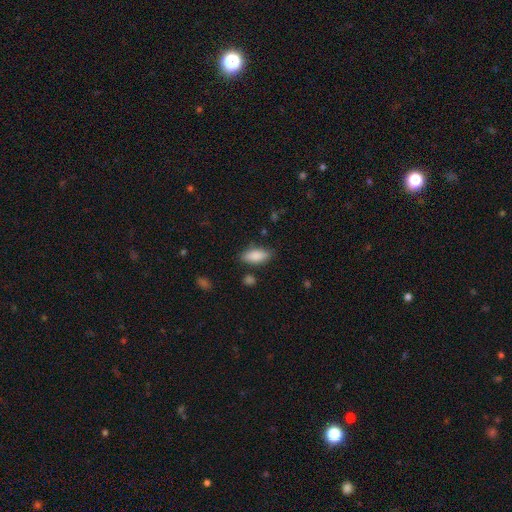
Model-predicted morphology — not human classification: Overall: smooth (86%). How rounded: in between (85%). Merging: none (81%).